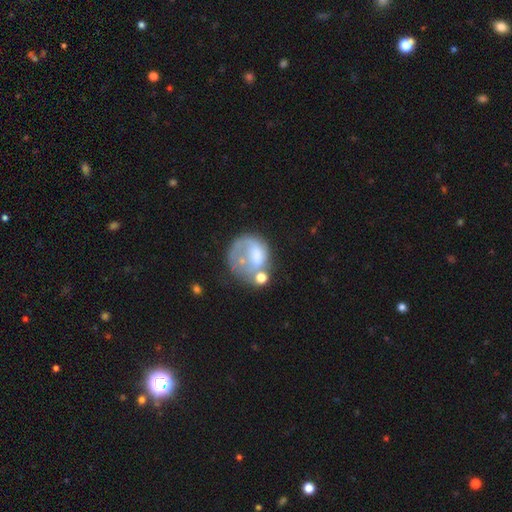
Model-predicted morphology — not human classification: Overall: featured or disk (48%; smooth 42%). Merging: none (36%; major disturbance 30%).